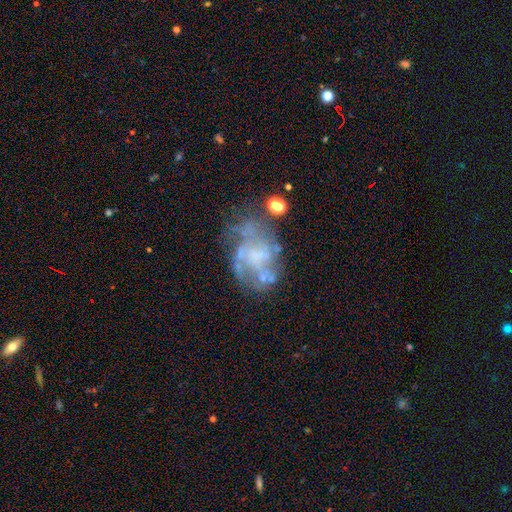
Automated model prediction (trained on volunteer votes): Smooth or featured: featured or disk — 72% (smooth — 17%)
Edge-on disk: no — 98% (yes — 2%)
Bar: no — 73% (weak — 22%)
Spiral arms: yes — 50% (tied with no — 50%)
Bulge size: none — 59% (small — 19%)
Merging: none — 45% (major disturbance — 25%)